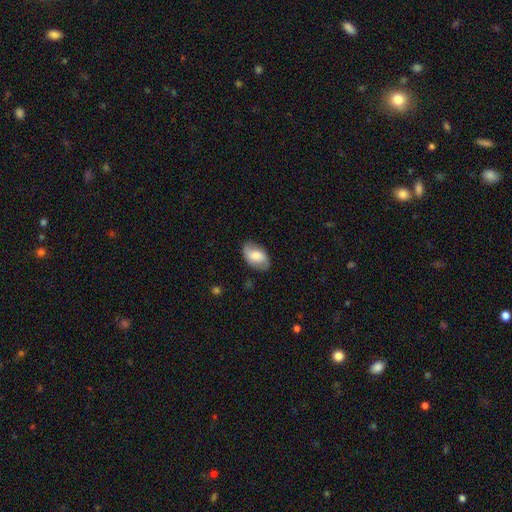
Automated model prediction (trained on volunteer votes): Smooth or featured: smooth — 61% (featured or disk — 32%)
How rounded: in between — 92% (round — 6%)
Merging: none — 79% (minor disturbance — 16%)